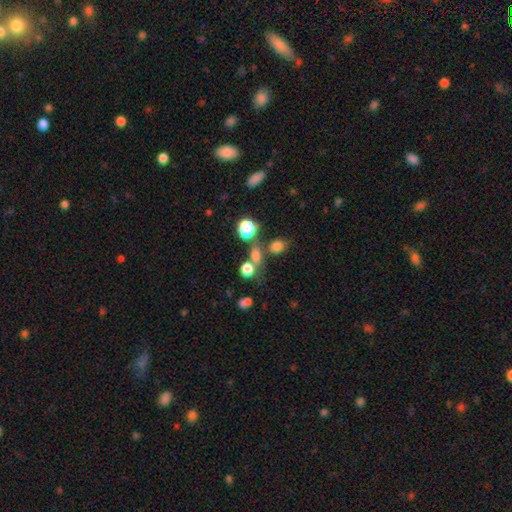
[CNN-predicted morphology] This is likely a smooth galaxy (68%). How rounded: likely round (65%). Merging: possibly none (54%).